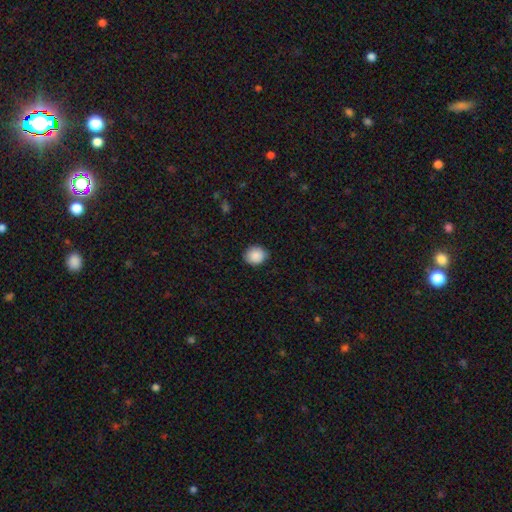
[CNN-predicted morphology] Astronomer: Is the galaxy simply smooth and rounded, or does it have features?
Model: smooth — 89%.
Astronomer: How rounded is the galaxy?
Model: round — 75%.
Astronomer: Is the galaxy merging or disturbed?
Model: none — 87%.